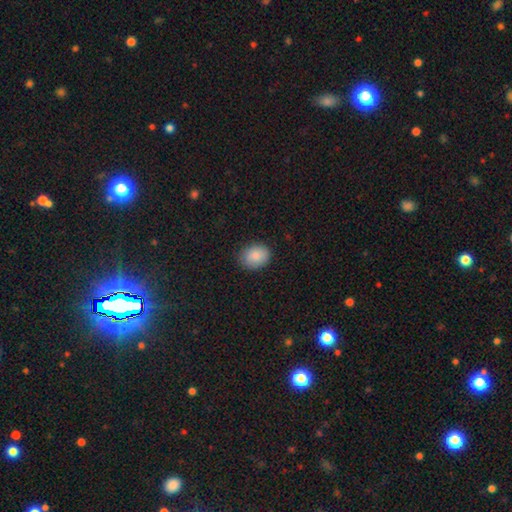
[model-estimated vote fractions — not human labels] Overall: smooth (87%). How rounded: in between (53%; round 46%). Merging: none (84%).